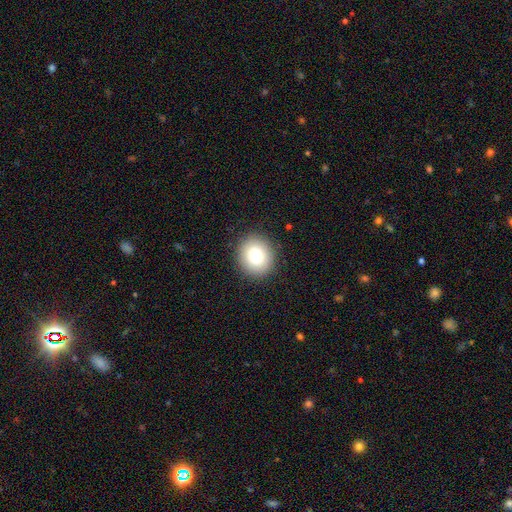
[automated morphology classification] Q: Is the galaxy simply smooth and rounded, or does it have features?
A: smooth — 82%.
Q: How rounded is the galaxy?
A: round — 77%.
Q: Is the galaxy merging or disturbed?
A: none — 90%.